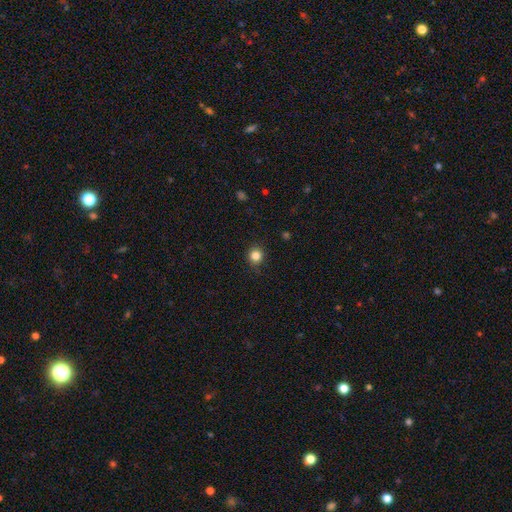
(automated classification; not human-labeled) Smooth or featured?
  - smooth: 84% *
  - star or artifact: 12%
  - featured or disk: 5%
How rounded?
  - round: 91% *
  - in between: 8%
  - cigar-shaped: 1%
Merging?
  - none: 89% *
  - minor disturbance: 8%
  - major disturbance: 2%
  - merger: 1%